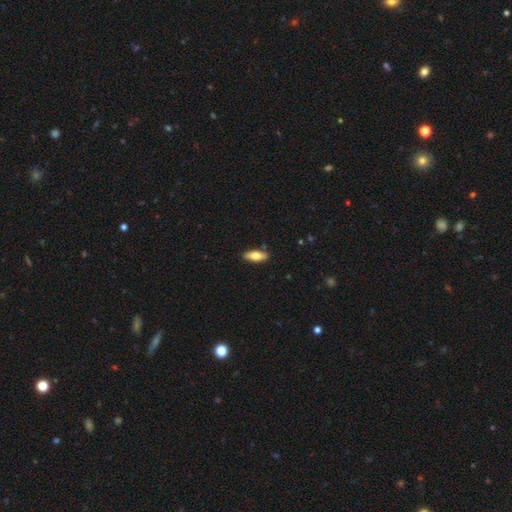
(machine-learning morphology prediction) smooth-or-featured: smooth: 69% | featured or disk: 25% | star or artifact: 6%
  how-rounded: in between: 72% | cigar-shaped: 25% | round: 2%
  merging: none: 86% | minor disturbance: 10% | merger: 2% | major disturbance: 2%